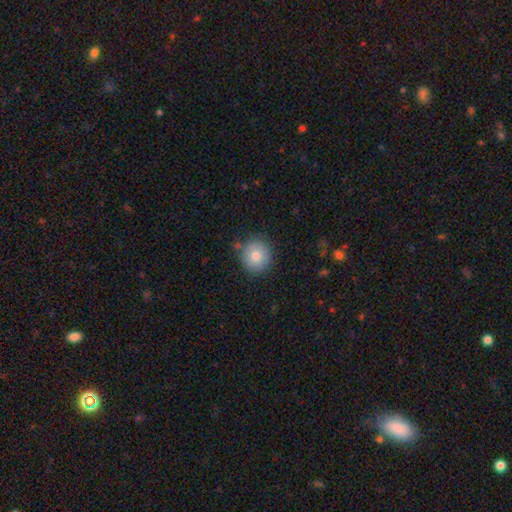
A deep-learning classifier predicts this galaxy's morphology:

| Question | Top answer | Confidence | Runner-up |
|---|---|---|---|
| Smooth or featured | smooth | 80% | featured or disk (11%) |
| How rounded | round | 89% | in between (10%) |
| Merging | none | 81% | minor disturbance (13%) |